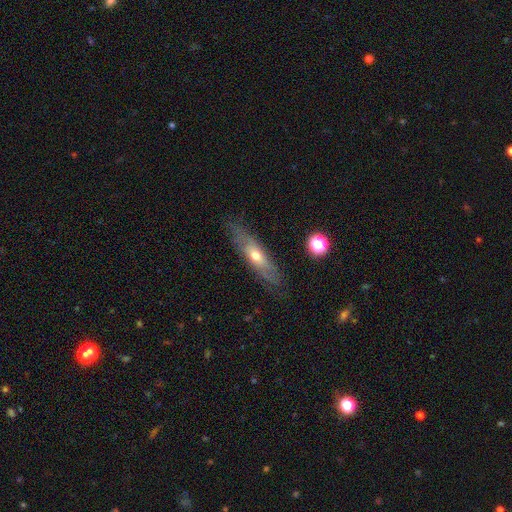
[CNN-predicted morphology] Smooth or featured? Predicted: featured or disk (p=0.55). Edge-on disk? Predicted: yes (p=0.53). Merging? Predicted: none (p=0.78).